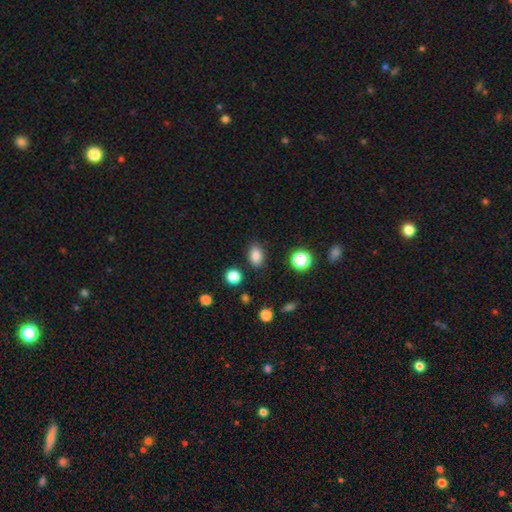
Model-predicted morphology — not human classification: Smooth or featured? Predicted: smooth (p=0.84). How rounded? Predicted: in between (p=0.77). Merging? Predicted: none (p=0.85).